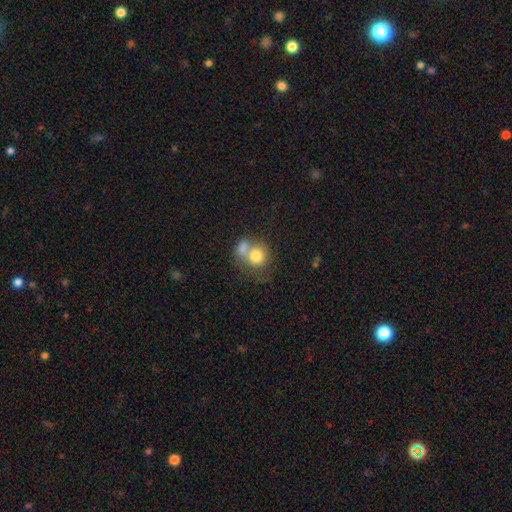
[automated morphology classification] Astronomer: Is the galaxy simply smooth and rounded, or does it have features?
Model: smooth — 77%.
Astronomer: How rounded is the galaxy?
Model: round — 77%.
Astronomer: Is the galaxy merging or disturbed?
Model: merger — 55%.